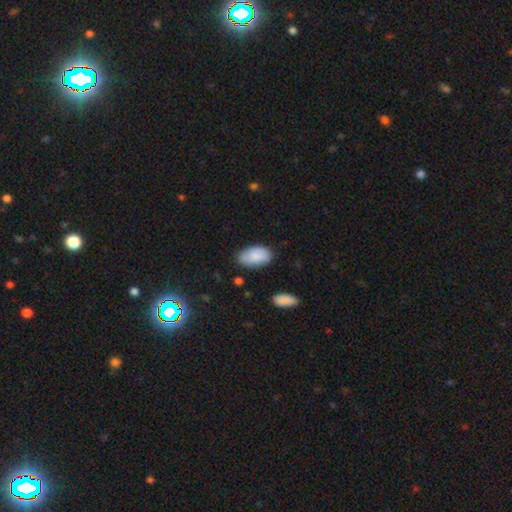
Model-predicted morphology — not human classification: Overall: smooth (86%). How rounded: in between (95%). Merging: none (77%).